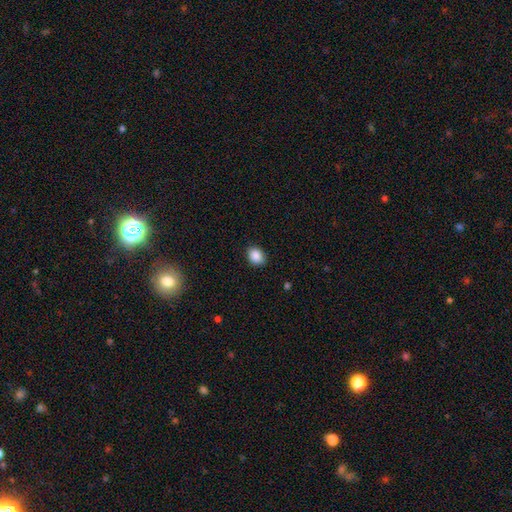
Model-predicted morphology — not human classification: Q: Smooth or featured?
A: smooth (88%); runner-up: star or artifact (9%)
Q: How rounded?
A: in between (53%); runner-up: round (46%)
Q: Merging?
A: none (88%); runner-up: minor disturbance (9%)